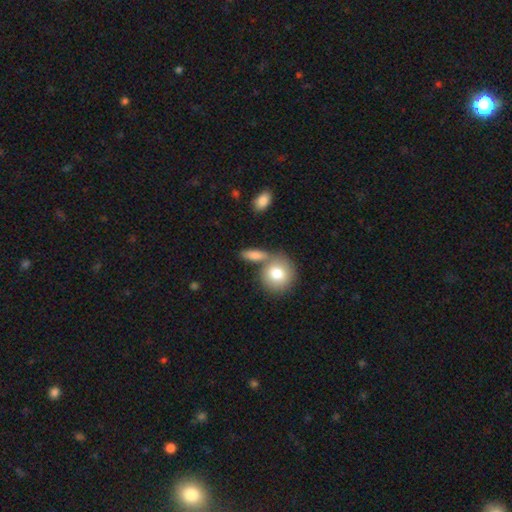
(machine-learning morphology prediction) The model was most divided on "how rounded": in between: 51%, round: 38%, cigar-shaped: 12%. More confident: smooth or featured — smooth (78%); merging — none (56%).